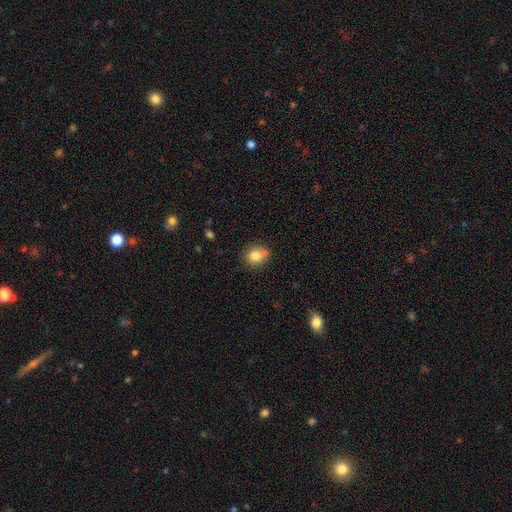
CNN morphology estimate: The model was most divided on "how rounded": round: 67%, in between: 32%, cigar-shaped: 1%. More confident: smooth or featured — smooth (81%); merging — none (66%).